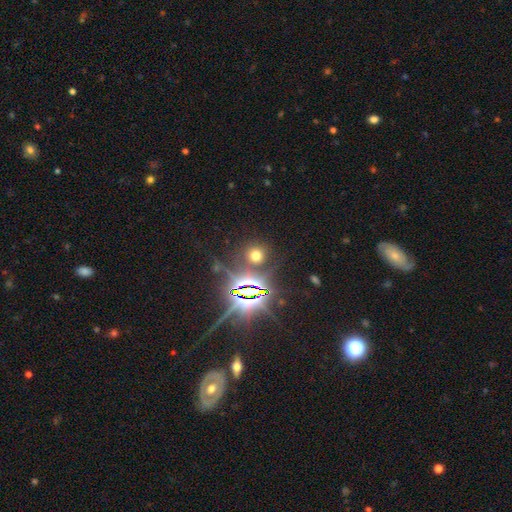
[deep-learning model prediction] smooth_or_featured: smooth (p=0.54) [alt: star or artifact p=0.37]
how_rounded: round (p=0.88) [alt: in between p=0.10]
merging: none (p=0.83) [alt: minor disturbance p=0.07]